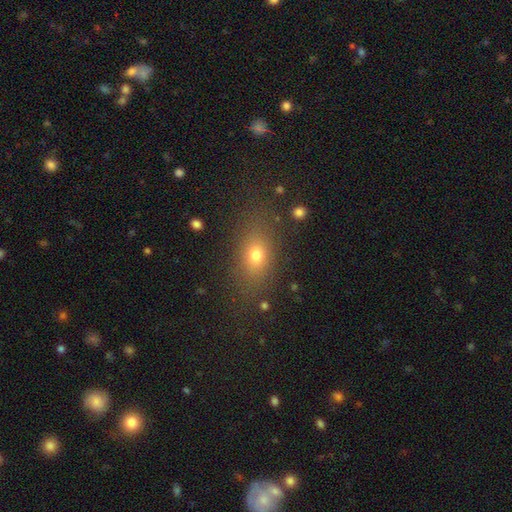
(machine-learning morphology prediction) Smooth or featured? smooth (72%)
How rounded? in between (71%)
Merging? none (81%)